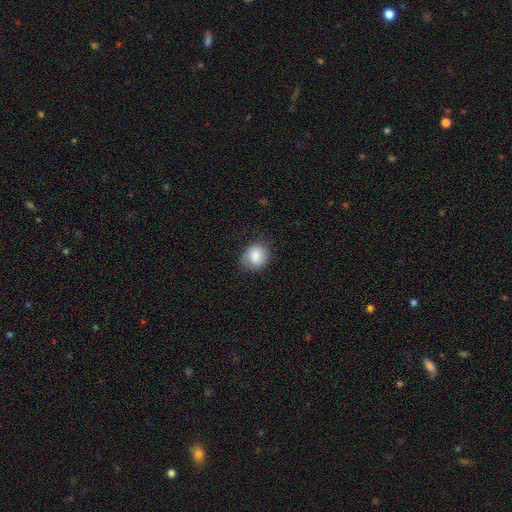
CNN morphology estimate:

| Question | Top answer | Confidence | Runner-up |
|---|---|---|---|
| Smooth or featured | smooth | 82% | featured or disk (10%) |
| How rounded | round | 69% | in between (30%) |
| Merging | none | 73% | minor disturbance (20%) |